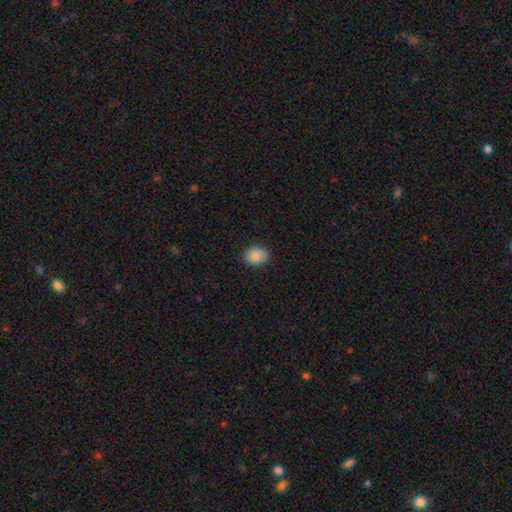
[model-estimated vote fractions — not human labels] smooth 85%, star or artifact 8%, featured or disk 8%. Down the decision tree: how rounded — in between (56%); merging — none (84%).